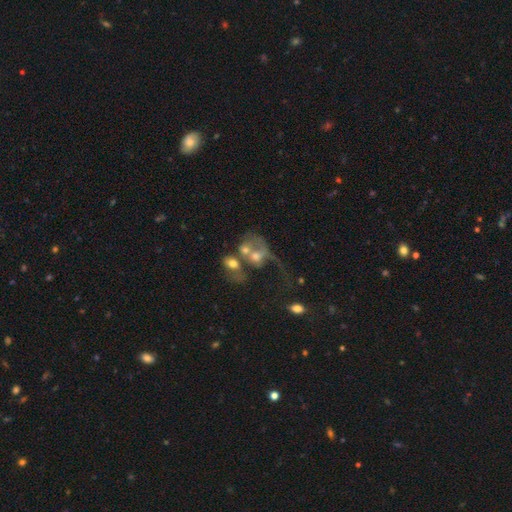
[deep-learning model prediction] The model was most divided on "smooth or featured": featured or disk: 53%, smooth: 34%, star or artifact: 13%. More confident: edge-on disk — no (96%); bar — no (82%); spiral arms — no (68%); merging — merger (61%); bulge size — moderate (51%).